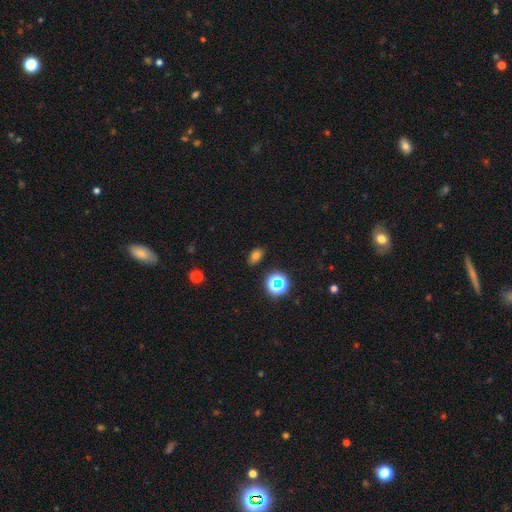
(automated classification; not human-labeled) This is likely a smooth galaxy (70%). How rounded: clearly in between (83%). Merging: clearly none (85%).